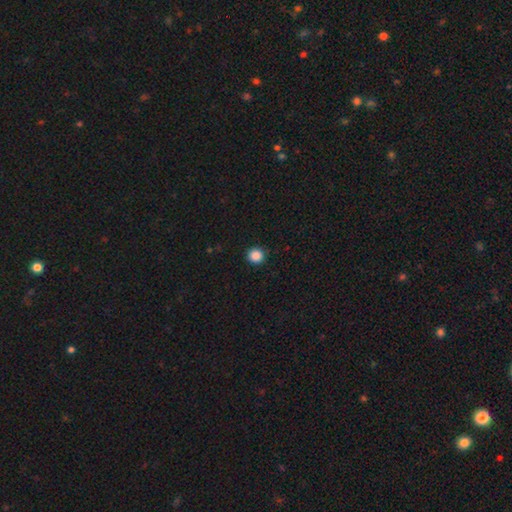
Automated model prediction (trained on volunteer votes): smooth_or_featured: smooth (p=0.88) [alt: star or artifact p=0.10]
how_rounded: round (p=0.93) [alt: in between p=0.06]
merging: none (p=0.93) [alt: minor disturbance p=0.05]